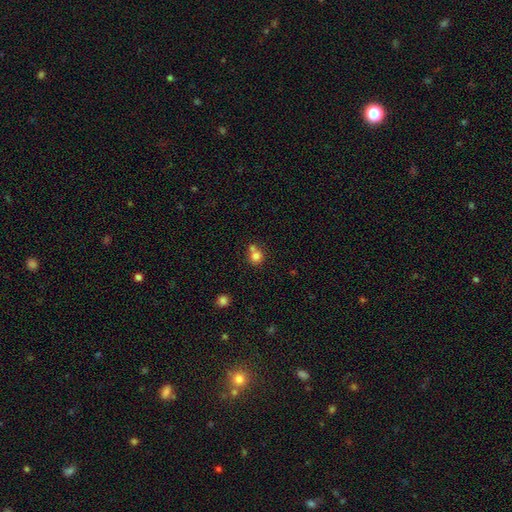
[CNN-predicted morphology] Smooth or featured? smooth (80%)
How rounded? round (84%)
Merging? none (48%)